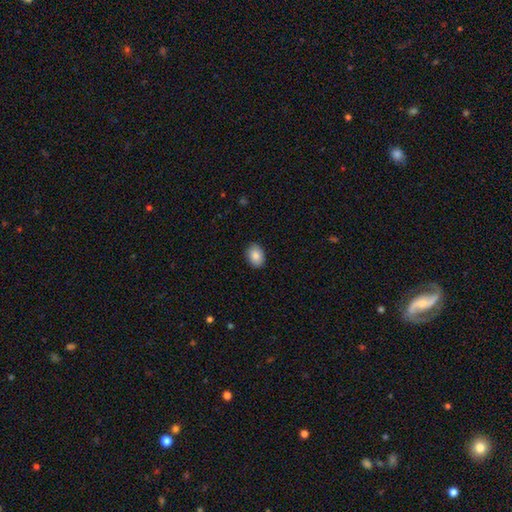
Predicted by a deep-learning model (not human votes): smooth 87%, star or artifact 7%, featured or disk 6%. Down the decision tree: how rounded — in between (77%); merging — none (89%).